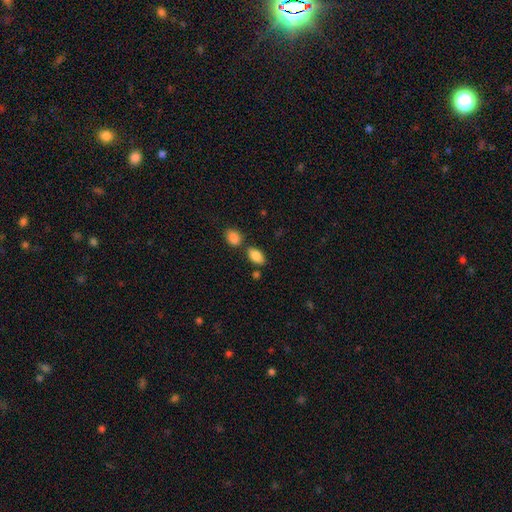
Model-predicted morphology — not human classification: Smooth or featured?
  - smooth: 86% *
  - star or artifact: 8%
  - featured or disk: 6%
How rounded?
  - in between: 90% *
  - round: 7%
  - cigar-shaped: 3%
Merging?
  - none: 68% *
  - merger: 15%
  - minor disturbance: 13%
  - major disturbance: 4%